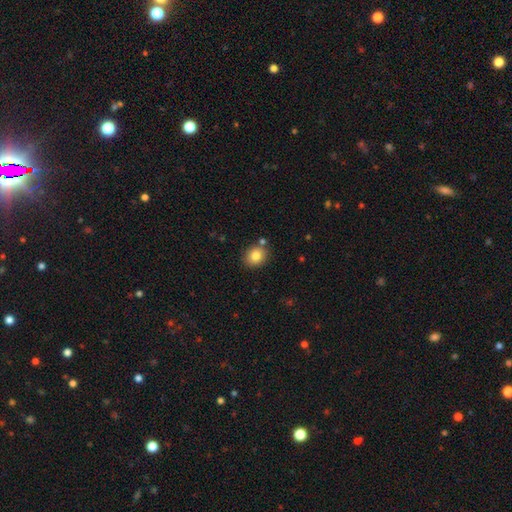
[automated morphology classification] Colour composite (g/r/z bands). It shows a smooth galaxy with no disk features (82%) that is round (60%). Merging: none (81%).